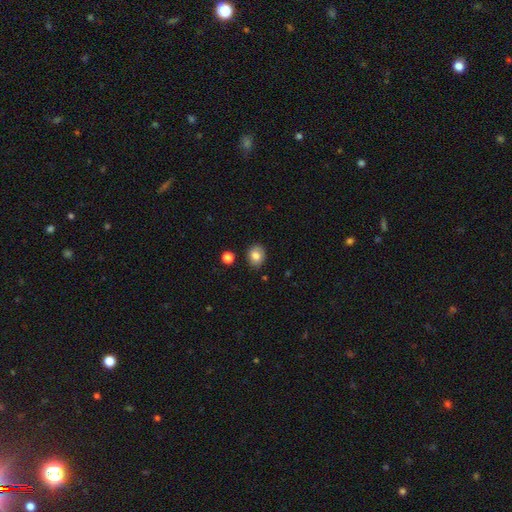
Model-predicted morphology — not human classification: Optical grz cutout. It shows a smooth galaxy with no disk features (81%) that is round (52%). Merging: none (85%).